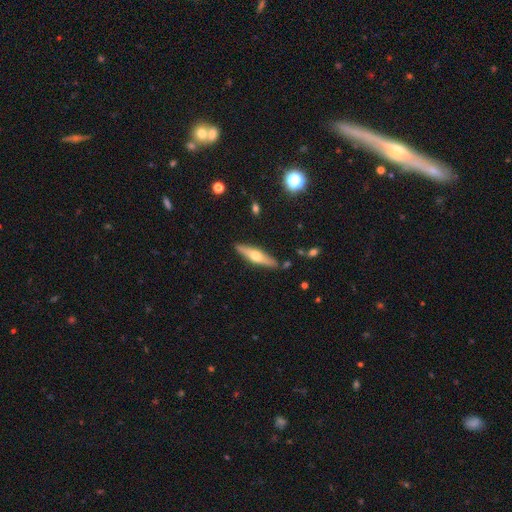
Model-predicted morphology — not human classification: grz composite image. It shows a featured or disk galaxy (54%) viewed edge-on (91%). Merging: none (88%).